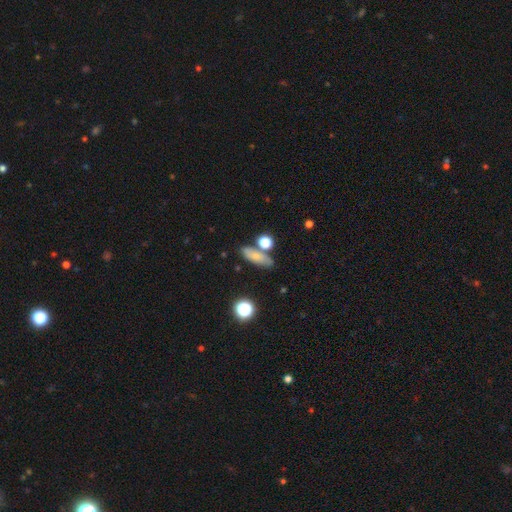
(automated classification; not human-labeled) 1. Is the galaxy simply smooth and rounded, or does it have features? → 72% smooth, 17% featured or disk, 11% star or artifact.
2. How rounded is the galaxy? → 55% in between, 35% cigar-shaped, 10% round.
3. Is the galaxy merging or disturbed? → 67% none, 15% minor disturbance, 13% merger, 5% major disturbance.